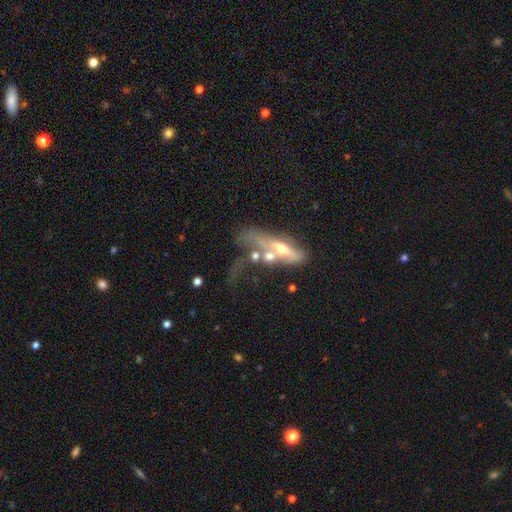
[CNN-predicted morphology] featured or disk 57%, smooth 33%, star or artifact 9%. Down the decision tree: edge-on disk — no (59%); merging — merger (48%).